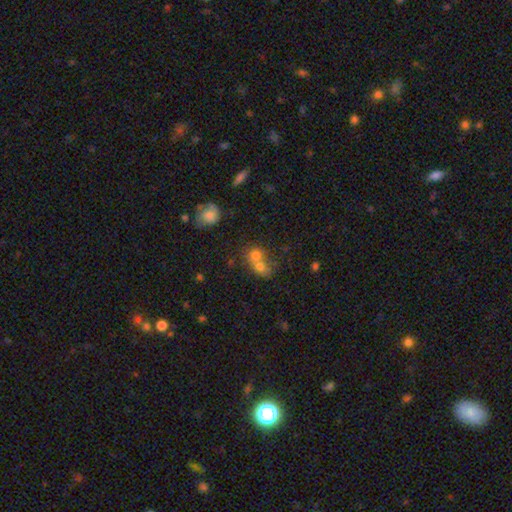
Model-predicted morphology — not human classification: Smooth or featured?
  - smooth: 70% *
  - featured or disk: 17%
  - star or artifact: 13%
How rounded?
  - round: 69% *
  - in between: 30%
  - cigar-shaped: 1%
Merging?
  - merger: 66% *
  - none: 25%
  - minor disturbance: 6%
  - major disturbance: 4%